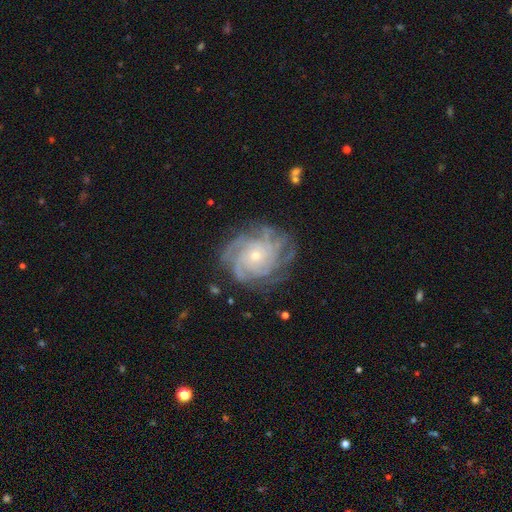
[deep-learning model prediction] This is clearly a featured or disk galaxy (87%). It is clearly not viewed edge-on (97%). Bar: clearly no (81%). Spiral arm pattern: clearly yes (97%). Spiral arm count: marginally 4 (27%). Spiral winding: likely tight (72%). Central bulge: likely small (68%). Merging: likely none (76%).